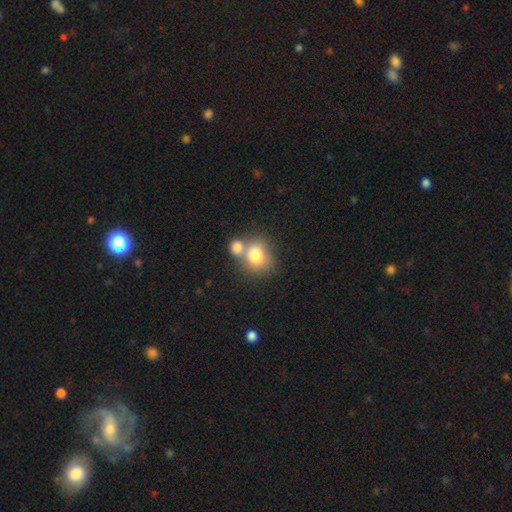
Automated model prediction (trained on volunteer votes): This is likely a smooth galaxy (77%). How rounded: likely round (66%). Merging: possibly merger (47%).